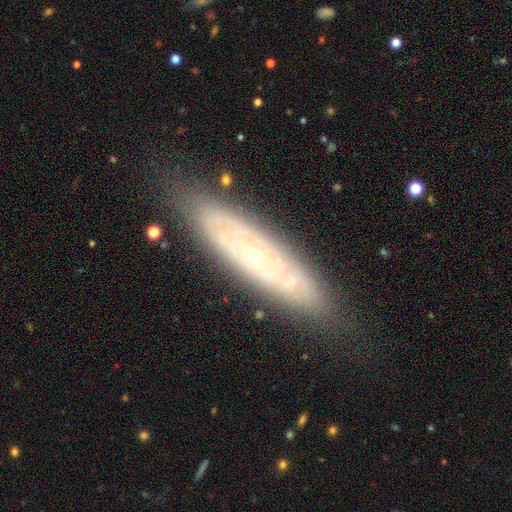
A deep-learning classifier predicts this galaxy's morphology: A featured or disk galaxy (74%) with no bar (80%), spiral arms (79%) and a small central bulge (86%).

Vote fractions:
- Smooth or featured? featured or disk: 74% / smooth: 19% / star or artifact: 7%
- Edge-on disk? no: 73% / yes: 27%
- Bar? no: 80% / weak: 15% / strong: 5%
- Spiral arms? yes: 79% / no: 21%
- Bulge size? small: 86% / moderate: 9% / none: 3% / large: 1% / dominant: 1%
- Merging? none: 81% / minor disturbance: 14% / major disturbance: 3% / merger: 2%